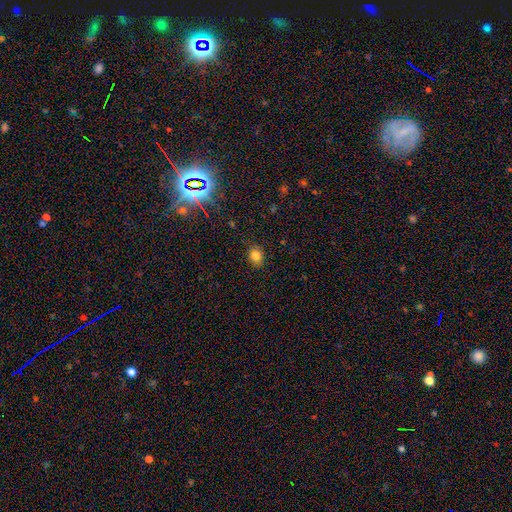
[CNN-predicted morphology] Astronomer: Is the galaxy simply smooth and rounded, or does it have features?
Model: smooth — 80%.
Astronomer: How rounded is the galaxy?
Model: round — 58% (runner-up: in between, 41%).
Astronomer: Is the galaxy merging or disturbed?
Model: none — 89%.